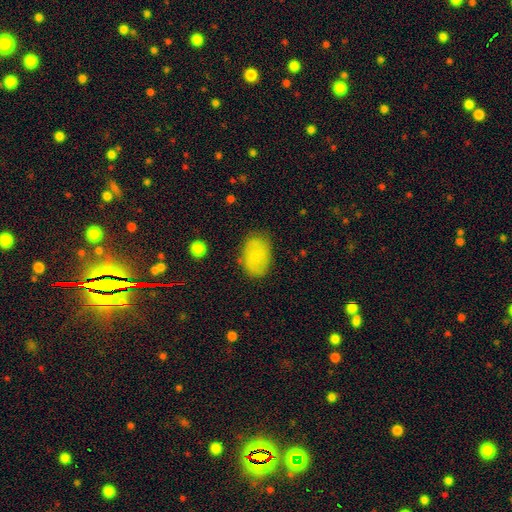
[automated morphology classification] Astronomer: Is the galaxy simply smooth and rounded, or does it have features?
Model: smooth — 76%.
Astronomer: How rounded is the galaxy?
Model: in between — 85%.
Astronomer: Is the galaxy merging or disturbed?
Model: none — 79%.